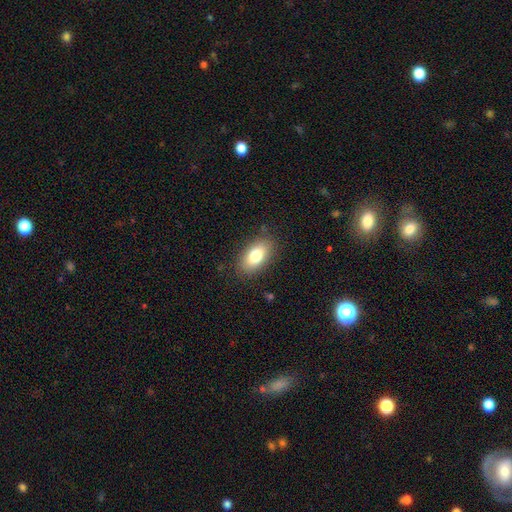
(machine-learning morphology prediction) smooth_or_featured: smooth (p=0.79) [alt: featured or disk p=0.13]
how_rounded: in between (p=0.91) [alt: round p=0.05]
merging: none (p=0.84) [alt: minor disturbance p=0.11]